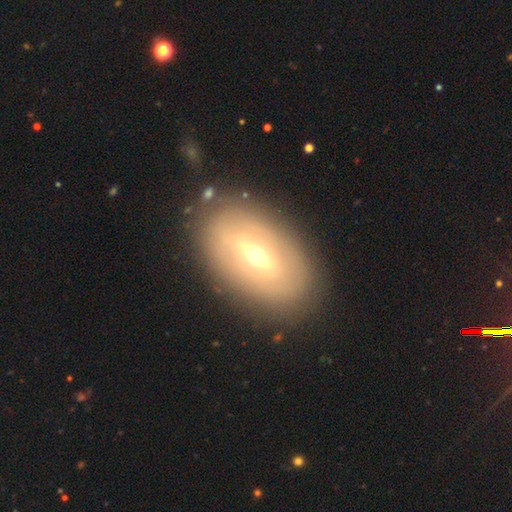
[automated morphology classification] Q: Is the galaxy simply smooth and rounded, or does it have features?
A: featured or disk — 60%.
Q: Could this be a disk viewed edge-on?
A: no — 82%.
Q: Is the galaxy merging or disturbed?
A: none — 84%.